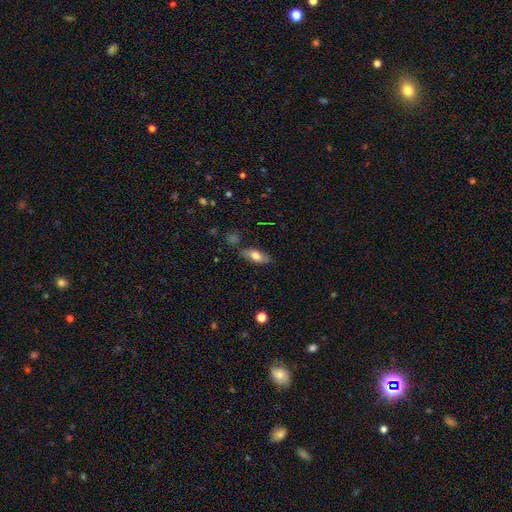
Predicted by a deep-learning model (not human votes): smooth-or-featured: smooth: 68% | featured or disk: 24% | star or artifact: 7%
  how-rounded: in between: 81% | cigar-shaped: 16% | round: 3%
  merging: none: 79% | minor disturbance: 15% | major disturbance: 4% | merger: 2%